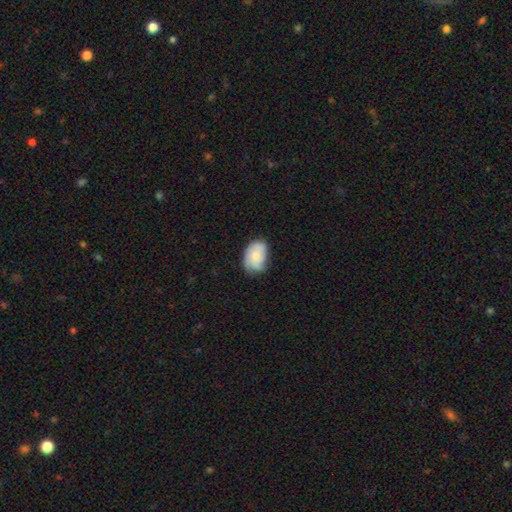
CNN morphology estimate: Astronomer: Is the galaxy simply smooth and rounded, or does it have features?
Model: smooth — 71%.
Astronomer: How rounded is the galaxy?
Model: in between — 80%.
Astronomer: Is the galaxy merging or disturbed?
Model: none — 55% (runner-up: minor disturbance, 34%).